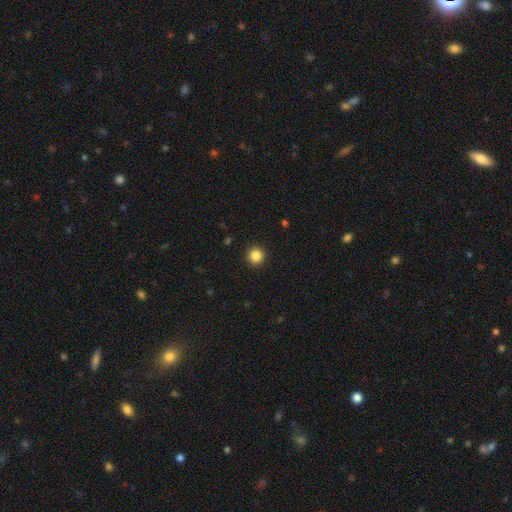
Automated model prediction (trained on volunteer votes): This is clearly a smooth galaxy (85%). How rounded: clearly round (95%). Merging: clearly none (93%).